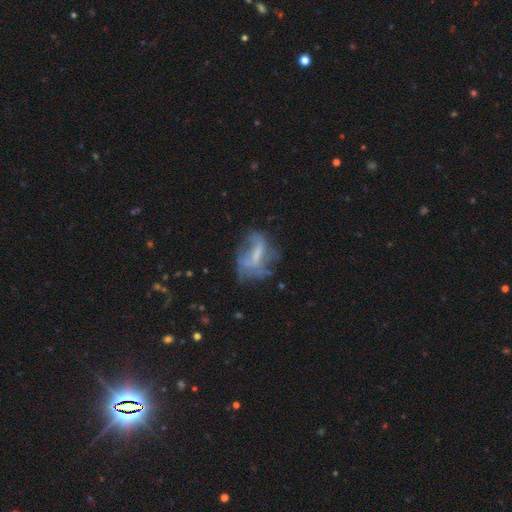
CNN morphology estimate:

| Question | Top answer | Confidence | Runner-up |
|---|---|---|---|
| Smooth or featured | featured or disk | 59% | smooth (29%) |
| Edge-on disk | no | 94% | yes (6%) |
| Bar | weak | 38% | no (36%) |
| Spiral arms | no | 56% | yes (44%) |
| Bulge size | none | 41% | moderate (26%) |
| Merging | none | 40% | major disturbance (31%) |